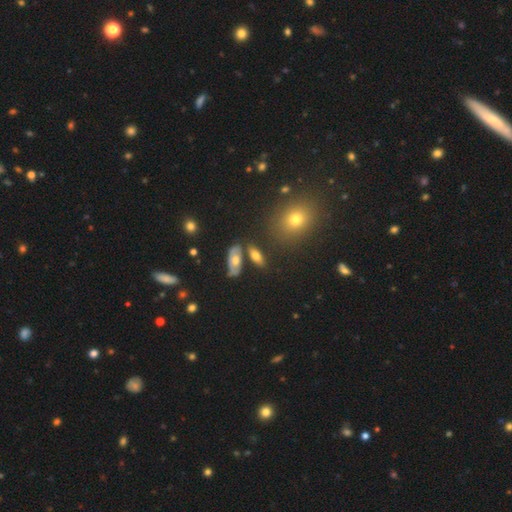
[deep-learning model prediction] Smooth or featured: smooth — 61% (featured or disk — 30%)
How rounded: in between — 77% (cigar-shaped — 16%)
Merging: none — 72% (minor disturbance — 12%)